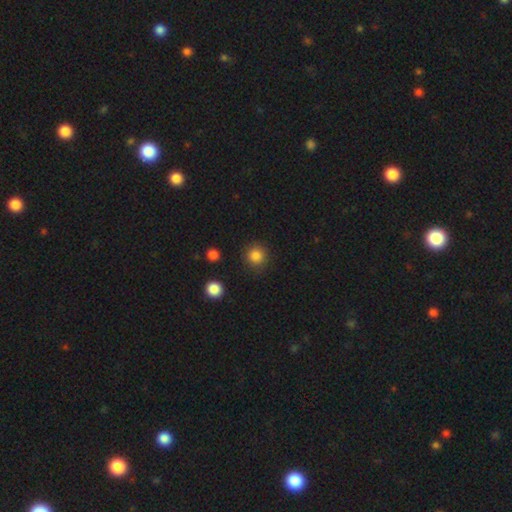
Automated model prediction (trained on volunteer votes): A smooth galaxy with no disk features (85%) that is round (94%).

Vote fractions:
- Smooth or featured? smooth: 85% / star or artifact: 11% / featured or disk: 4%
- How rounded? round: 94% / in between: 5% / cigar-shaped: 1%
- Merging? none: 89% / minor disturbance: 7% / major disturbance: 3% / merger: 2%